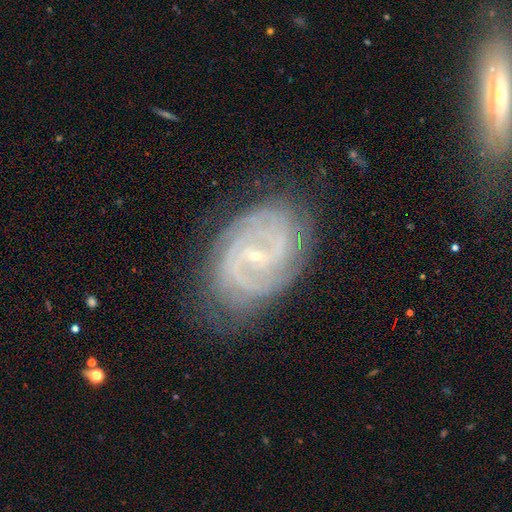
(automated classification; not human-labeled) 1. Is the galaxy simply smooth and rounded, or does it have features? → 87% featured or disk, 6% star or artifact, 6% smooth.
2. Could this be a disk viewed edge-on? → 97% no, 3% yes.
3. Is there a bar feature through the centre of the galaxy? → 47% weak, 34% no, 19% strong.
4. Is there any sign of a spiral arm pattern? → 97% yes, 3% no.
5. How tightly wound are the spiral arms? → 62% tight, 31% medium, 7% loose.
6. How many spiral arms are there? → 38% 2, 24% can't tell, 14% 3, 11% 4, 7% more than 4, 6% 1.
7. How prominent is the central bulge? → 85% small, 11% moderate, 2% none, 1% large, 1% dominant.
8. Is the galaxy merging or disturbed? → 76% none, 17% minor disturbance, 5% major disturbance, 1% merger.